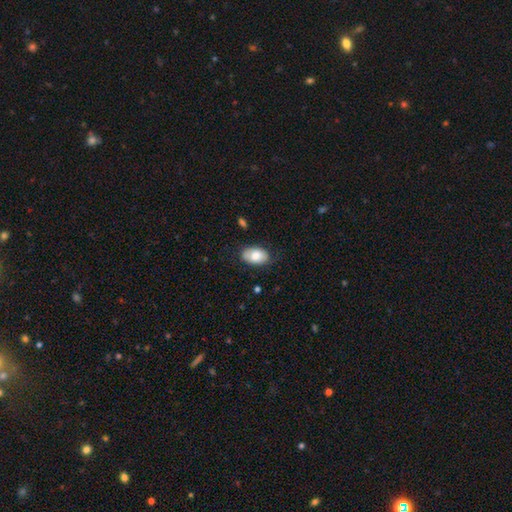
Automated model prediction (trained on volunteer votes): This is clearly a smooth galaxy (81%). How rounded: clearly in between (92%). Merging: likely none (74%).